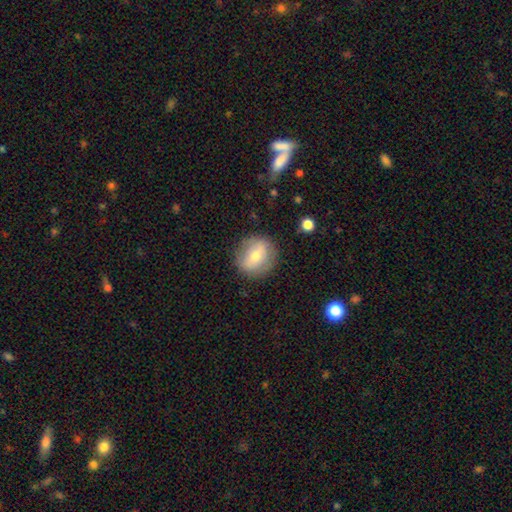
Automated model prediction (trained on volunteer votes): smooth-or-featured: smooth: 61% | featured or disk: 31% | star or artifact: 8%
  how-rounded: round: 81% | in between: 18% | cigar-shaped: 1%
  merging: none: 82% | minor disturbance: 12% | major disturbance: 4% | merger: 1%